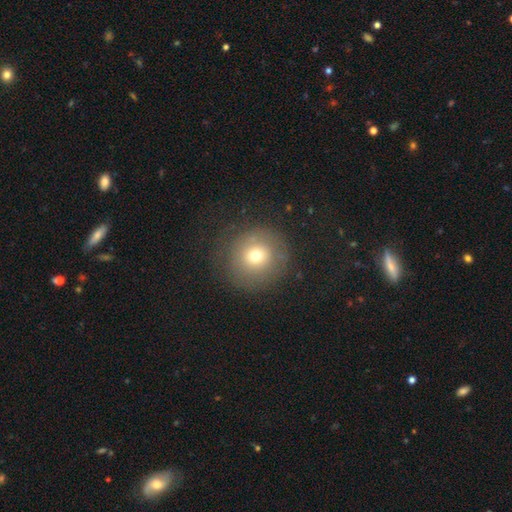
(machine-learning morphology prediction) type=smooth (67%); roundness=round (94%); merging=none (81%).